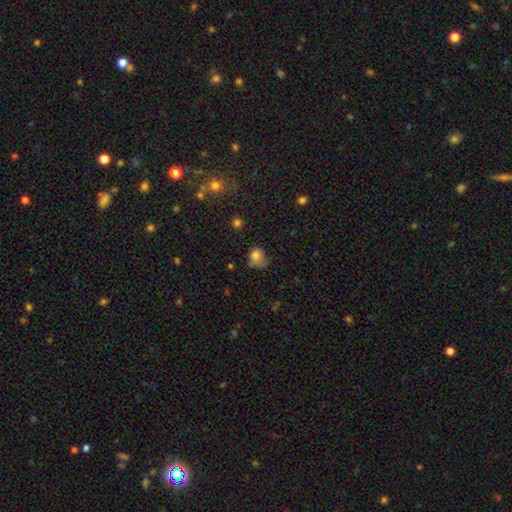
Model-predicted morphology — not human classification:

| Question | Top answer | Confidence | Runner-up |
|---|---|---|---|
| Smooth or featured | smooth | 76% | featured or disk (12%) |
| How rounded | round | 55% | in between (44%) |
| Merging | minor disturbance | 35% | none (34%) |